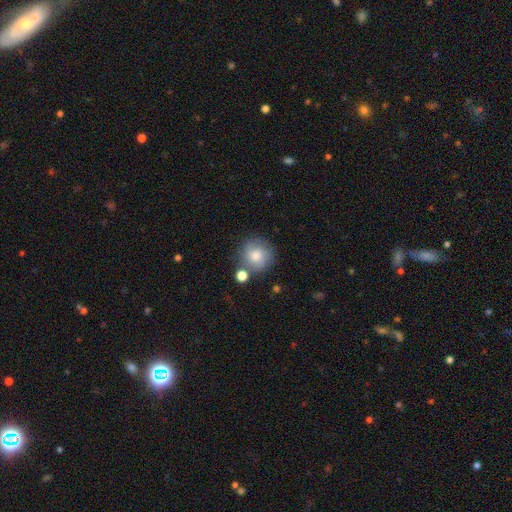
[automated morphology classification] A smooth galaxy with no disk features (72%) that is round (92%).

Vote fractions:
- Smooth or featured? smooth: 72% / featured or disk: 19% / star or artifact: 9%
- How rounded? round: 92% / in between: 7% / cigar-shaped: 1%
- Merging? none: 72% / minor disturbance: 14% / merger: 10% / major disturbance: 5%